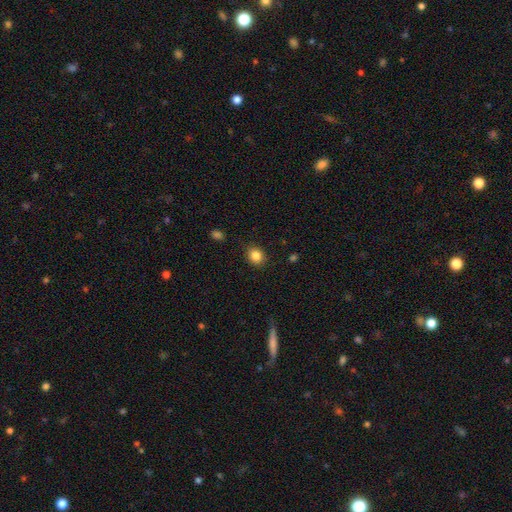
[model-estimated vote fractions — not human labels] smooth_or_featured: smooth (p=0.85) [alt: star or artifact p=0.10]
how_rounded: round (p=0.69) [alt: in between p=0.30]
merging: none (p=0.86) [alt: minor disturbance p=0.10]